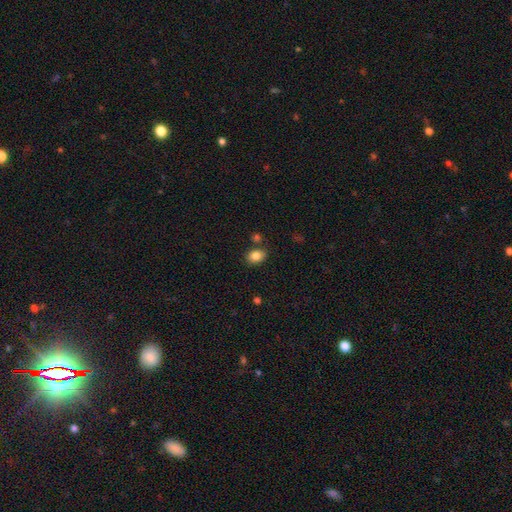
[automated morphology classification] Smooth or featured? Predicted: smooth (p=0.85). How rounded? Predicted: in between (p=0.65). Merging? Predicted: none (p=0.79).